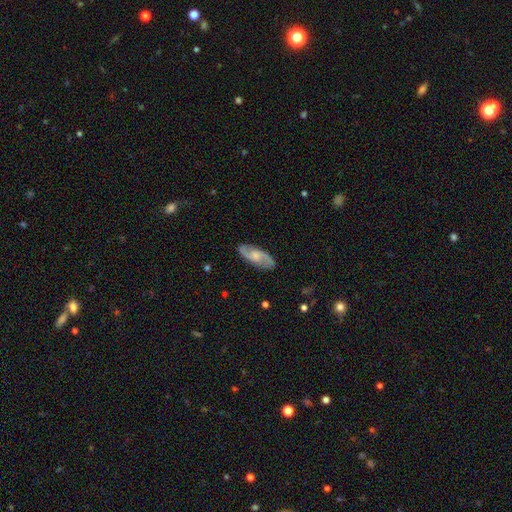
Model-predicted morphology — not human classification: Overall: featured or disk (78%). Edge-on disk: no (93%). Bar: no (52%; weak 40%). Spiral arms: yes (95%). Spiral arm count: 2 (91%). Spiral winding: medium (49%; loose 32%). Bulge size: moderate (39%; small 35%). Merging: none (85%).